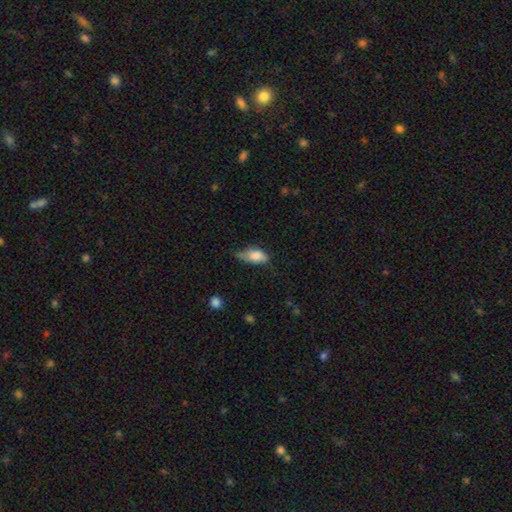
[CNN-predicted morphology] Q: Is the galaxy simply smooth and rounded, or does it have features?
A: smooth — 77%.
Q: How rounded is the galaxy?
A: in between — 87%.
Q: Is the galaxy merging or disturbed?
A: minor disturbance — 45%.